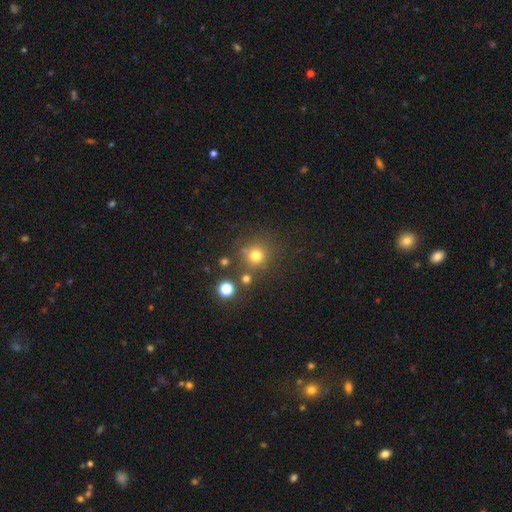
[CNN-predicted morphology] smooth_or_featured: smooth (p=0.74) [alt: star or artifact p=0.18]
how_rounded: round (p=0.92) [alt: in between p=0.07]
merging: none (p=0.77) [alt: minor disturbance p=0.10]